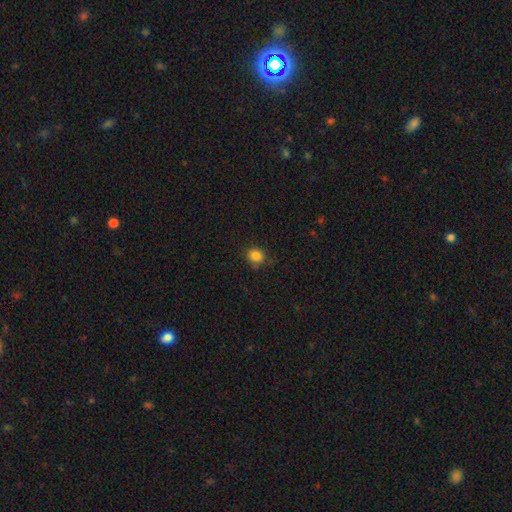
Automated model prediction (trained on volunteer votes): Smooth or featured? Predicted: smooth (p=0.84). How rounded? Predicted: round (p=0.86). Merging? Predicted: none (p=0.82).